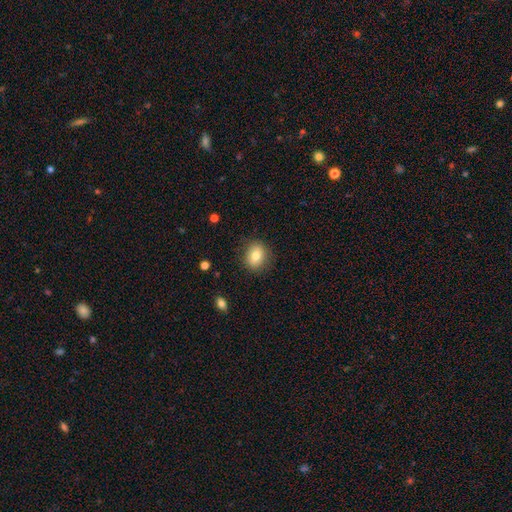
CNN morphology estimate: A smooth galaxy with no disk features (78%) that is round (60%).

Vote fractions:
- Smooth or featured? smooth: 78% / featured or disk: 13% / star or artifact: 9%
- How rounded? round: 60% / in between: 39% / cigar-shaped: 1%
- Merging? none: 85% / minor disturbance: 11% / major disturbance: 3% / merger: 1%